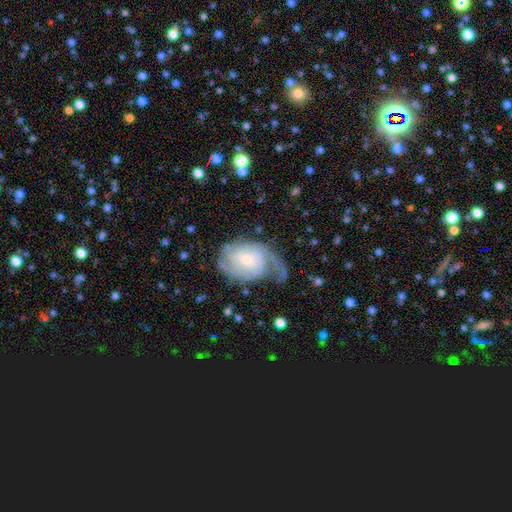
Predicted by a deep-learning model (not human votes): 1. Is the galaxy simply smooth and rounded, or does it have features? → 79% featured or disk, 16% smooth, 5% star or artifact.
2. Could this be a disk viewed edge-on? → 98% no, 2% yes.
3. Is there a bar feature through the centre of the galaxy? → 65% no, 31% weak, 4% strong.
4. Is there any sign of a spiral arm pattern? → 93% yes, 7% no.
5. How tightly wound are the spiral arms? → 46% tight, 35% medium, 19% loose.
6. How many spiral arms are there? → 33% 2, 28% can't tell, 14% 3, 13% 1, 7% 4, 5% more than 4.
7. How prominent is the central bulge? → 65% small, 27% moderate, 3% large, 3% none, 1% dominant.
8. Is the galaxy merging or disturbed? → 41% none, 30% major disturbance, 26% minor disturbance, 4% merger.